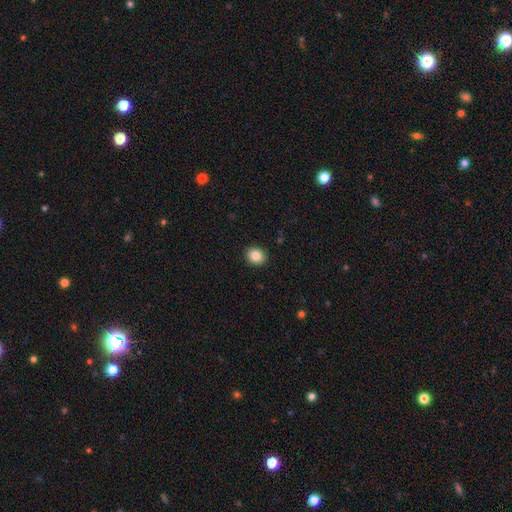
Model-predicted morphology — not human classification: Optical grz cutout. It shows a smooth galaxy with no disk features (85%) that is round (69%). Merging: none (92%).